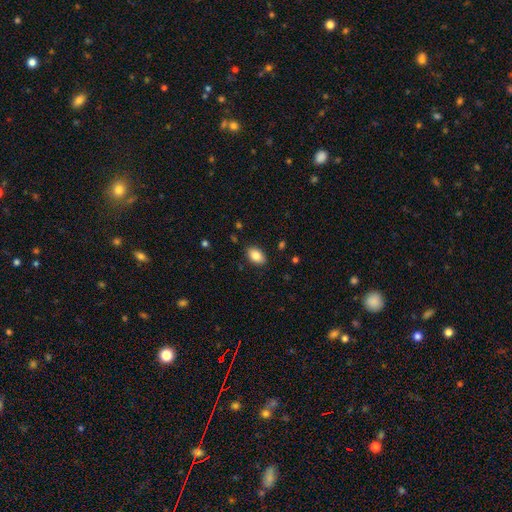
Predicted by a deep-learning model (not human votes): Smooth or featured? Predicted: smooth (p=0.85). How rounded? Predicted: in between (p=0.91). Merging? Predicted: none (p=0.88).